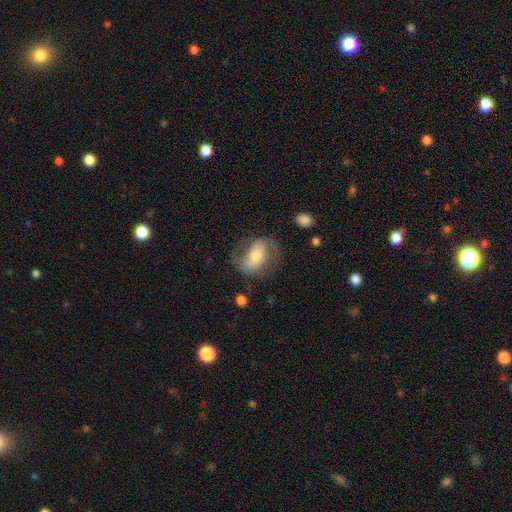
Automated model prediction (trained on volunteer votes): The model was most divided on "bar": no: 34%, strong: 33%, weak: 33%. Remaining: edge-on disk — no (96%); spiral arm count — 2 (85%); spiral arms — yes (84%); merging — none (66%); smooth or featured — featured or disk (65%); bulge size — moderate (55%); spiral winding — medium (48%).